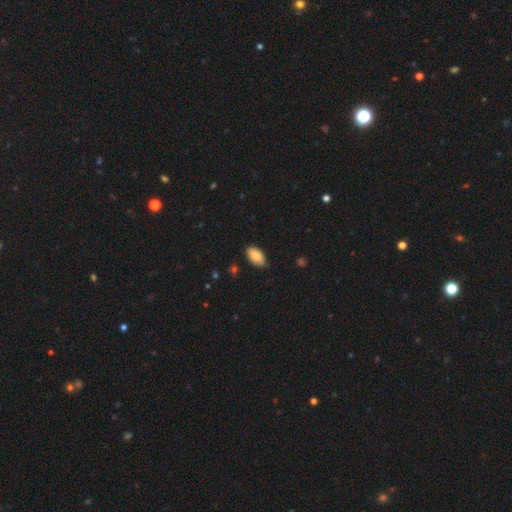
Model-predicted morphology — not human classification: Smooth or featured? smooth (85%)
How rounded? in between (95%)
Merging? none (84%)